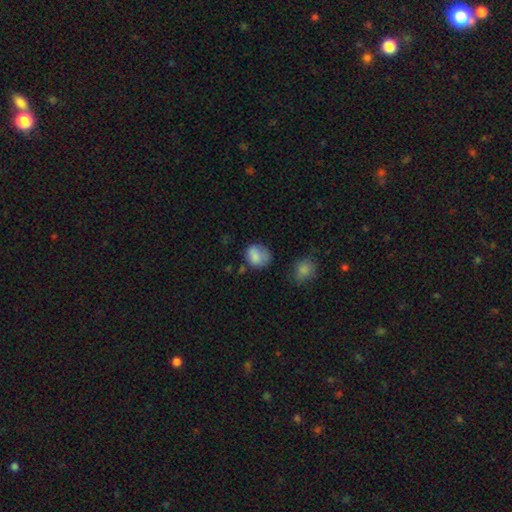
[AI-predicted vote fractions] Smooth or featured? Predicted: smooth (p=0.80). How rounded? Predicted: round (p=0.57). Merging? Predicted: none (p=0.54).